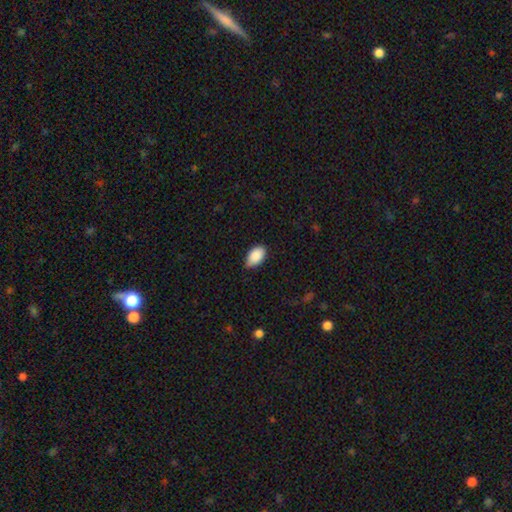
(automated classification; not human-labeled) The model was most divided on "merging": none: 68%, minor disturbance: 28%, major disturbance: 3%, merger: 1%. More confident: how rounded — in between (93%); smooth or featured — smooth (89%).